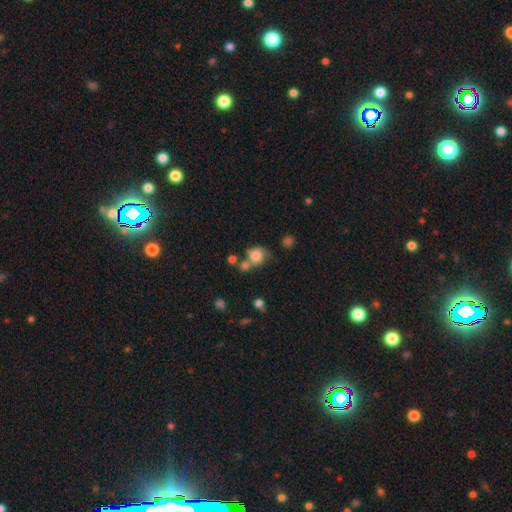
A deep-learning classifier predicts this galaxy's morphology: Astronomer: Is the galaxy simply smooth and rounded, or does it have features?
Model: smooth — 70%.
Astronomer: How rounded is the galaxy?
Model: round — 71%.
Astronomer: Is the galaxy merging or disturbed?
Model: none — 37% (runner-up: merger, 31%).